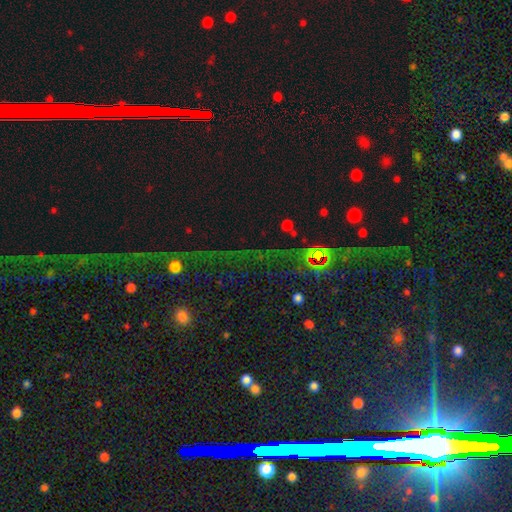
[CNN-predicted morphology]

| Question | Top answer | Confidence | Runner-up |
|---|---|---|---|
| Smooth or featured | star or artifact | 83% | featured or disk (9%) |